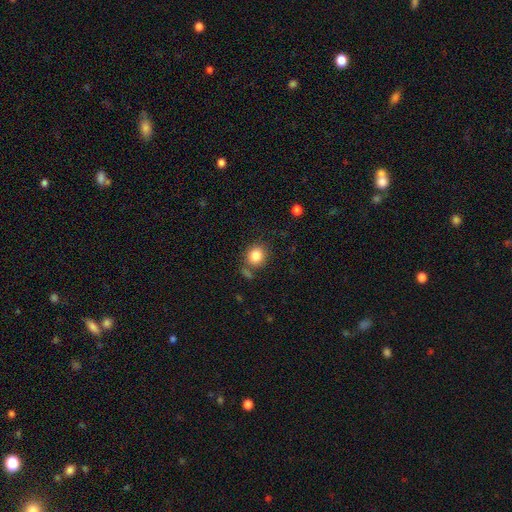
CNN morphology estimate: Smooth or featured? Predicted: smooth (p=0.84). How rounded? Predicted: round (p=0.81). Merging? Predicted: none (p=0.74).